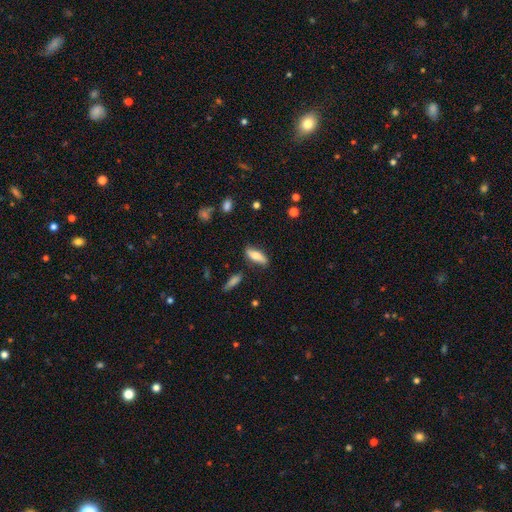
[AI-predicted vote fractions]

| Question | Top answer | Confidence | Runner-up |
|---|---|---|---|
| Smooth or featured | smooth | 66% | featured or disk (27%) |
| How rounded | in between | 60% | cigar-shaped (37%) |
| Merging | none | 77% | minor disturbance (17%) |